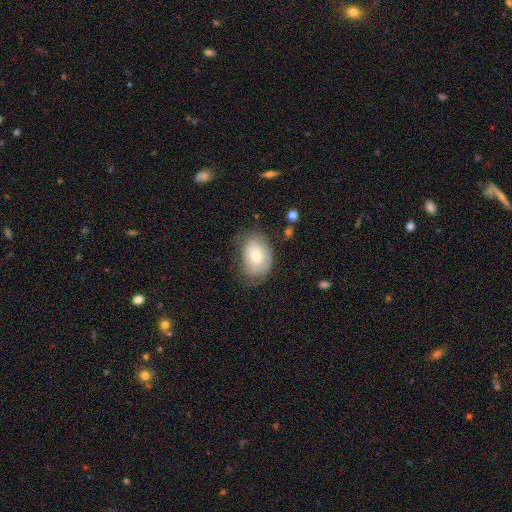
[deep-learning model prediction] This is likely a smooth galaxy (61%). How rounded: likely in between (75%). Merging: likely none (62%).